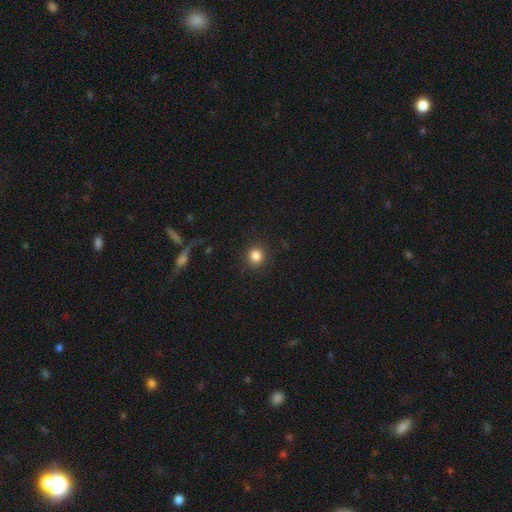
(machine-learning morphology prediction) This is clearly a smooth galaxy (84%). How rounded: clearly round (85%). Merging: clearly none (89%).